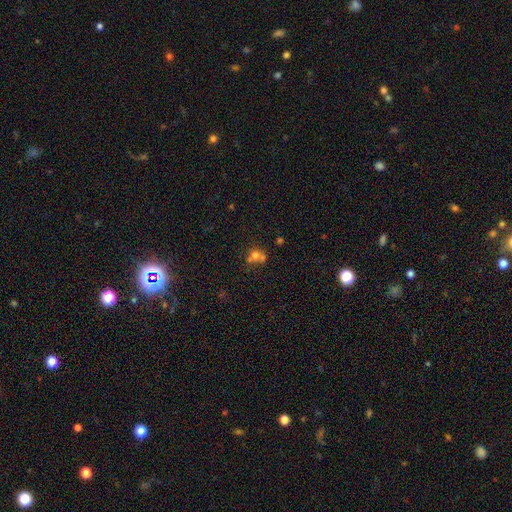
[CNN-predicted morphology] smooth-or-featured: smooth: 64% | featured or disk: 18% | star or artifact: 17%
  how-rounded: round: 78% | in between: 21% | cigar-shaped: 1%
  merging: merger: 49% | none: 36% | minor disturbance: 9% | major disturbance: 5%